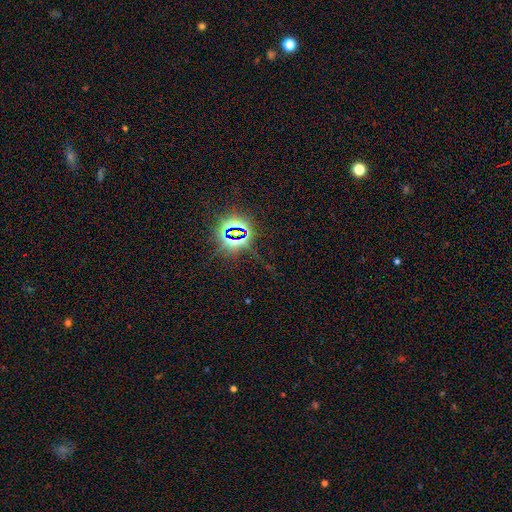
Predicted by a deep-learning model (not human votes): Smooth or featured? star or artifact (81%)